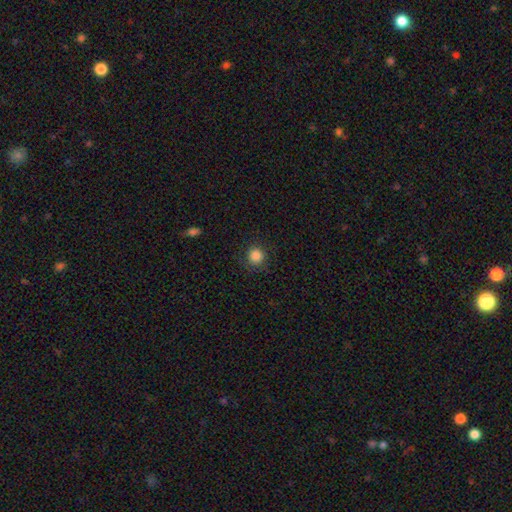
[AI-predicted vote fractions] Smooth or featured: smooth — 85% (star or artifact — 11%)
How rounded: round — 93% (in between — 6%)
Merging: none — 86% (minor disturbance — 9%)